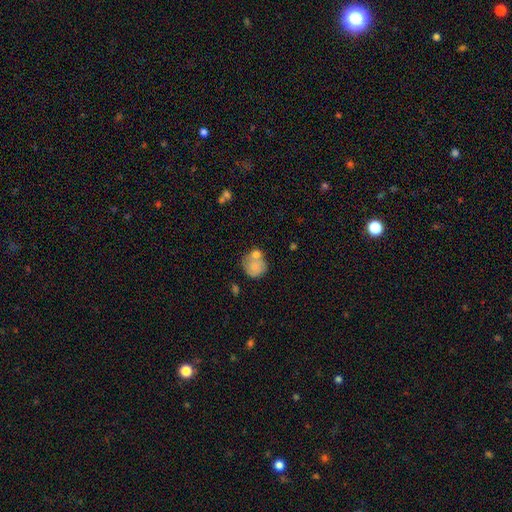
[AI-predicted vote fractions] Smooth or featured? Predicted: smooth (p=0.59). How rounded? Predicted: round (p=0.83). Merging? Predicted: none (p=0.58).